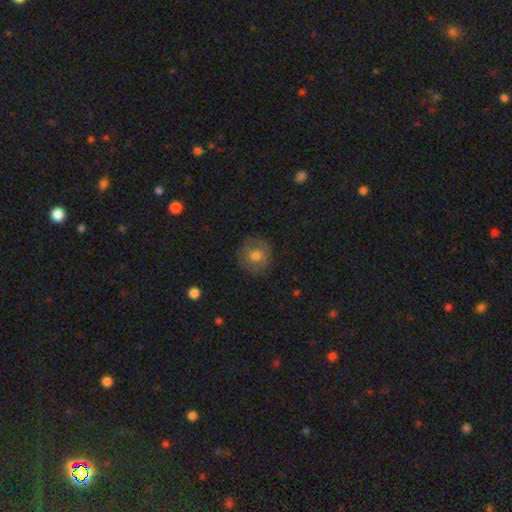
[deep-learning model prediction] Smooth or featured: smooth — 67% (featured or disk — 23%)
How rounded: round — 89% (in between — 10%)
Merging: none — 85% (minor disturbance — 11%)